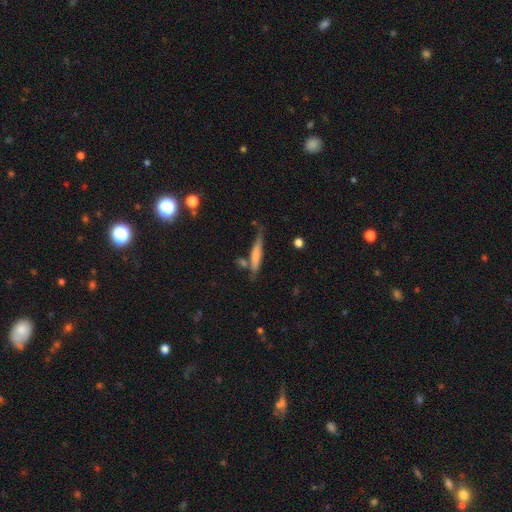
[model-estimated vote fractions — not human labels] Smooth or featured? smooth (63%)
How rounded? cigar-shaped (89%)
Merging? none (63%)